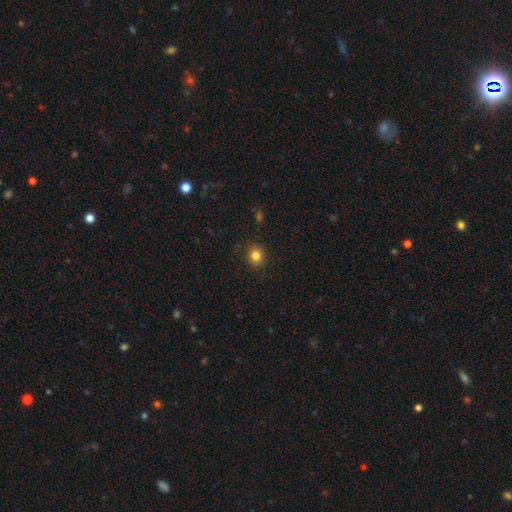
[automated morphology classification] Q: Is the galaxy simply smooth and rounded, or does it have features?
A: smooth — 83%.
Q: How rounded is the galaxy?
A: round — 82%.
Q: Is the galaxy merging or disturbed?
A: none — 89%.